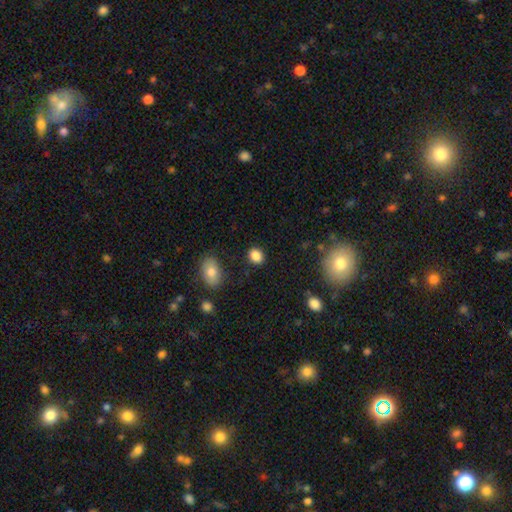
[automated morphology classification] smooth_or_featured: smooth (p=0.86) [alt: star or artifact p=0.10]
how_rounded: round (p=0.49) [tied with: in between p=0.49]
merging: none (p=0.86) [alt: minor disturbance p=0.09]